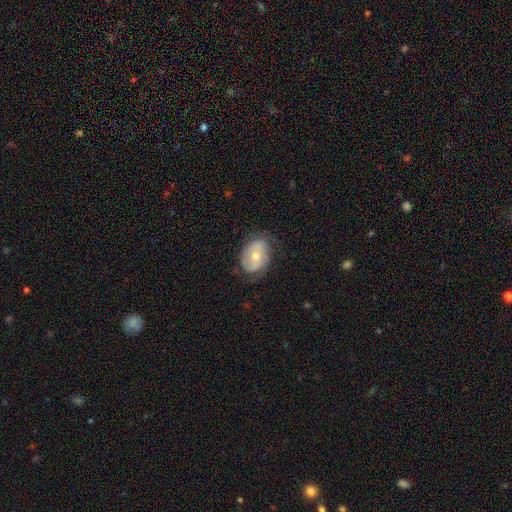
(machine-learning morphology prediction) featured or disk 50%, smooth 43%, star or artifact 7%. Down the decision tree: merging — none (66%).